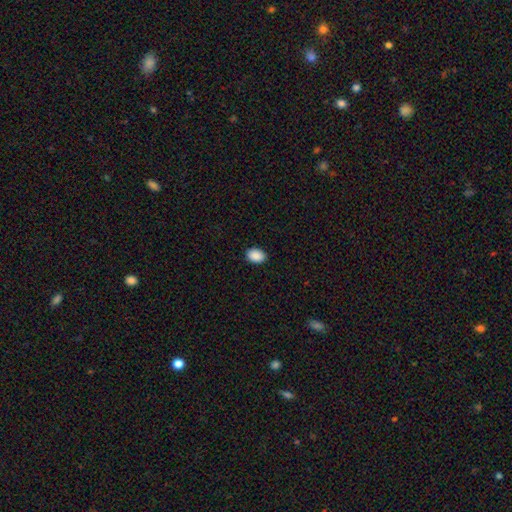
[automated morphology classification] smooth 90%, star or artifact 7%, featured or disk 3%. Down the decision tree: how rounded — in between (80%); merging — none (90%).